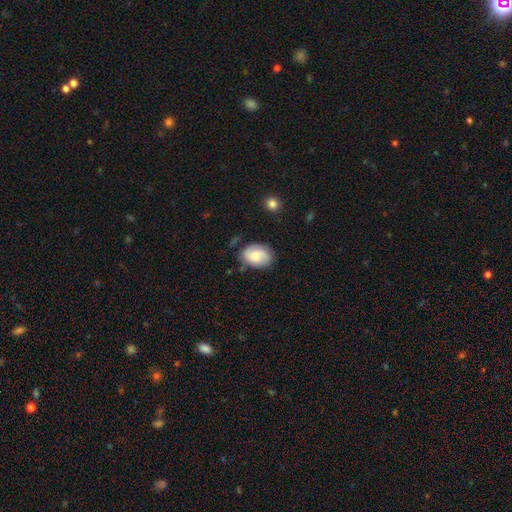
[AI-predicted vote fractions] The model was most divided on "smooth or featured": smooth: 57%, featured or disk: 35%, star or artifact: 8%. More confident: how rounded — in between (73%); merging — none (72%).